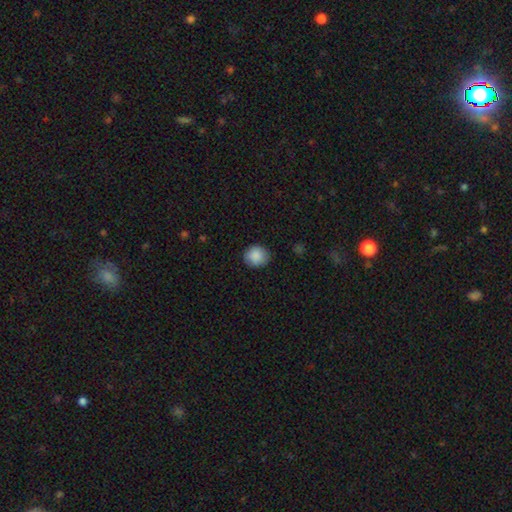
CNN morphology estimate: This is clearly a smooth galaxy (89%). How rounded: clearly round (86%). Merging: clearly none (88%).